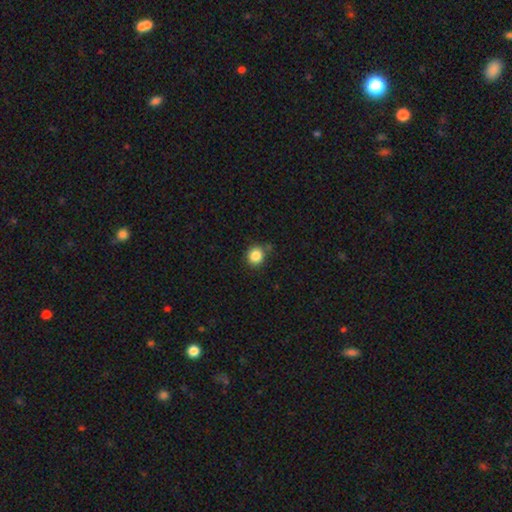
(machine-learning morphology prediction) This is clearly a smooth galaxy (86%). How rounded: clearly round (88%). Merging: clearly none (83%).